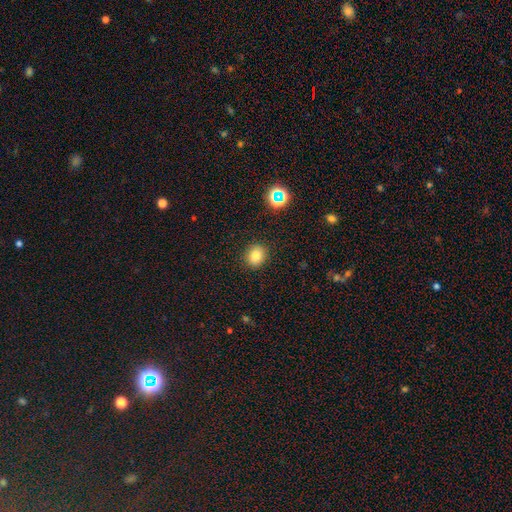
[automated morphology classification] smooth_or_featured: smooth (p=0.80) [alt: star or artifact p=0.14]
how_rounded: round (p=0.72) [alt: in between p=0.27]
merging: none (p=0.89) [alt: minor disturbance p=0.07]